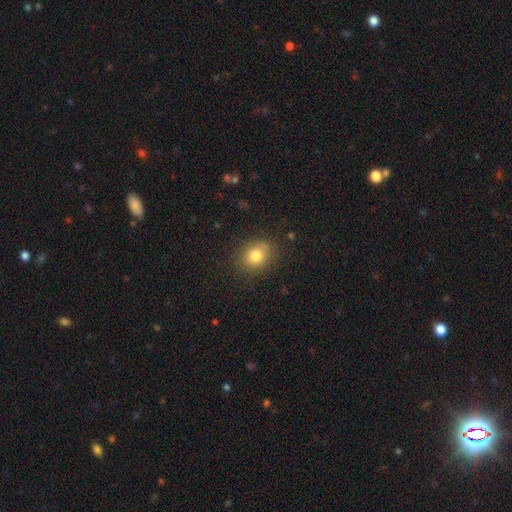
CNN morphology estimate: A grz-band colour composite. It shows a smooth galaxy with no disk features (79%) that is round (60%). Merging: none (79%).